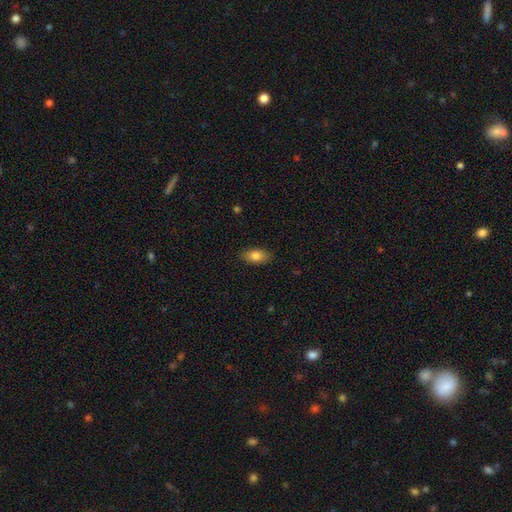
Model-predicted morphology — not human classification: A smooth galaxy with no disk features (81%) that is in between round and cigar-shaped (89%). Merging: none (87%).